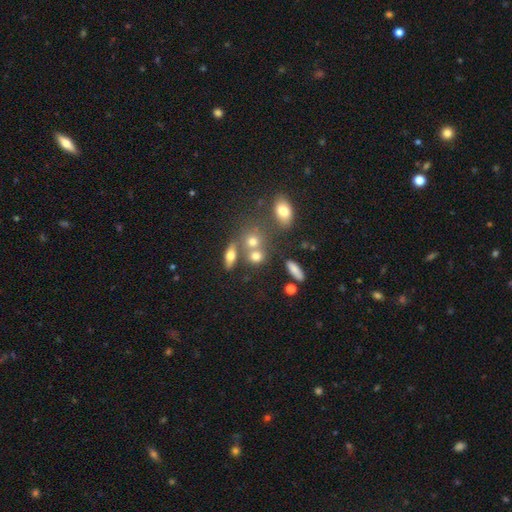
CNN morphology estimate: A smooth galaxy with no disk features (65%) that is round (55%).

Vote fractions:
- Smooth or featured? smooth: 65% / featured or disk: 20% / star or artifact: 15%
- How rounded? round: 55% / in between: 38% / cigar-shaped: 7%
- Merging? none: 52% / merger: 31% / minor disturbance: 12% / major disturbance: 6%